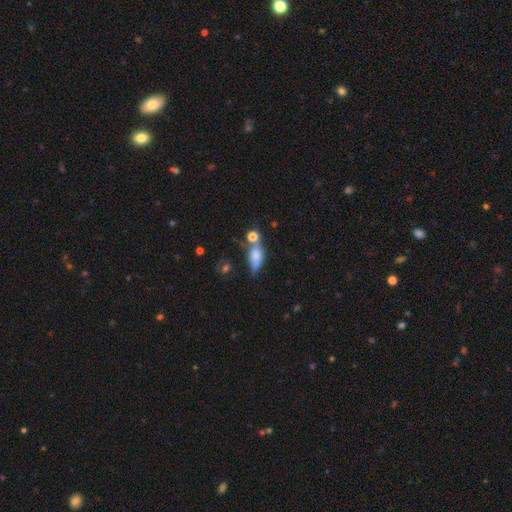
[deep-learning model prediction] Smooth or featured: smooth — 66% (featured or disk — 24%)
How rounded: in between — 69% (cigar-shaped — 20%)
Merging: none — 33% (merger — 31%)